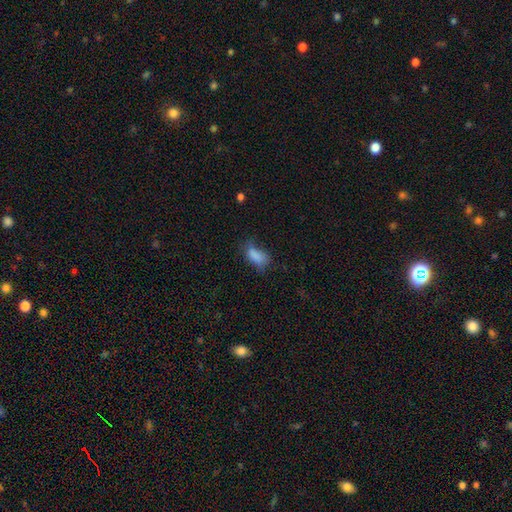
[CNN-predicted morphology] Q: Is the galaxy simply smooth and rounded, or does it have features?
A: smooth — 79%.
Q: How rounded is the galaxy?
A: in between — 89%.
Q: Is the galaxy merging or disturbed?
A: none — 39%.